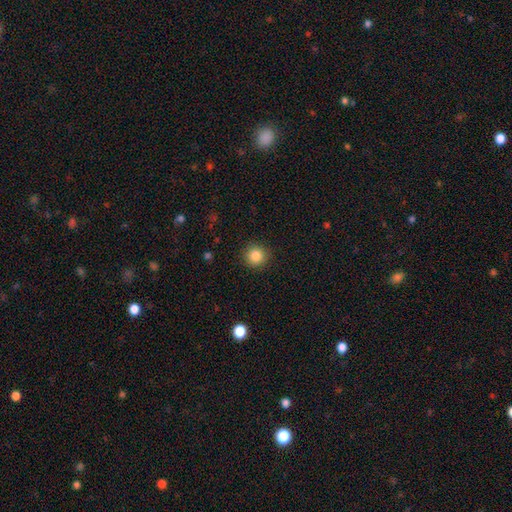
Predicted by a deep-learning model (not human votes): smooth-or-featured: smooth: 85% | star or artifact: 10% | featured or disk: 4%
  how-rounded: round: 94% | in between: 5% | cigar-shaped: 1%
  merging: none: 91% | minor disturbance: 6% | major disturbance: 2% | merger: 1%